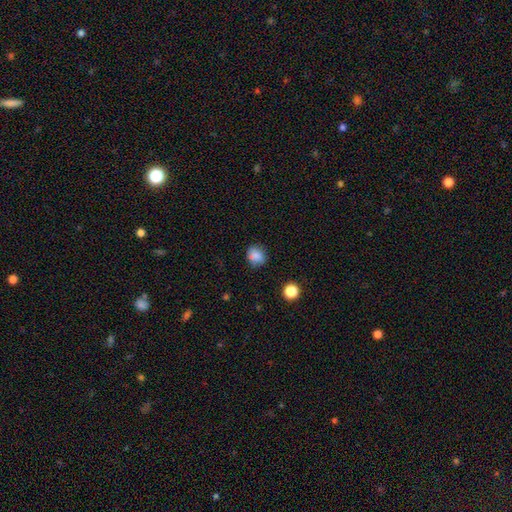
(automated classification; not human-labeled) Smooth or featured? Predicted: smooth (p=0.81). How rounded? Predicted: round (p=0.67). Merging? Predicted: none (p=0.72).